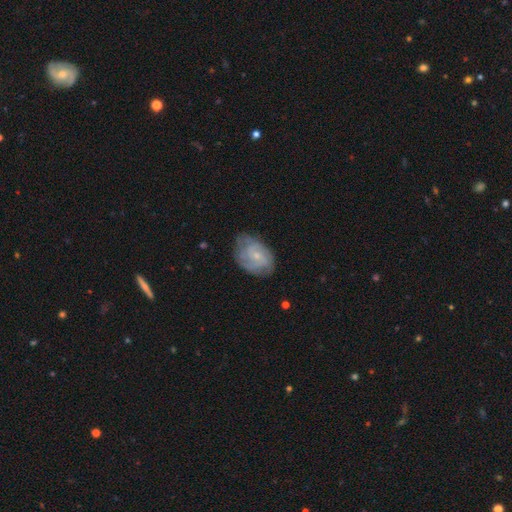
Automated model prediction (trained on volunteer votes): featured or disk 68%, smooth 25%, star or artifact 6%. Down the decision tree: edge-on disk — no (97%); bar — no (57%); spiral arms — yes (87%); spiral arm count — can't tell (36%); spiral winding — tight (47%); bulge size — small (70%); merging — none (63%).